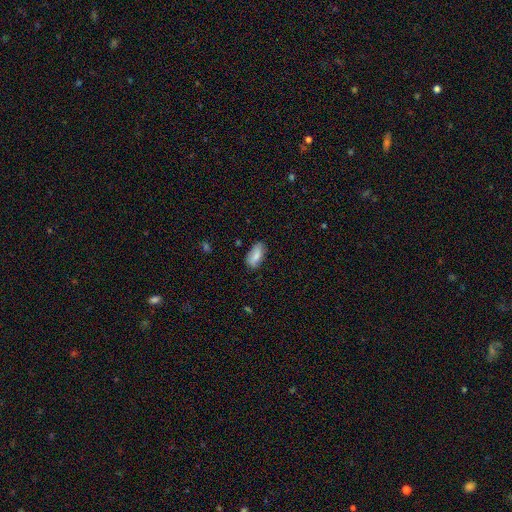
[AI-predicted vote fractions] smooth_or_featured: smooth (p=0.79) [alt: featured or disk p=0.14]
how_rounded: in between (p=0.89) [alt: cigar-shaped p=0.08]
merging: none (p=0.70) [alt: minor disturbance p=0.23]